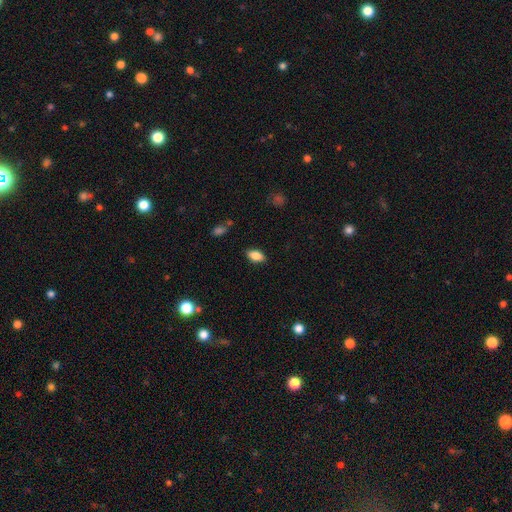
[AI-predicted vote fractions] Smooth or featured?
  - smooth: 85% *
  - star or artifact: 8%
  - featured or disk: 7%
How rounded?
  - in between: 91% *
  - round: 5%
  - cigar-shaped: 5%
Merging?
  - none: 86% *
  - minor disturbance: 10%
  - major disturbance: 2%
  - merger: 1%